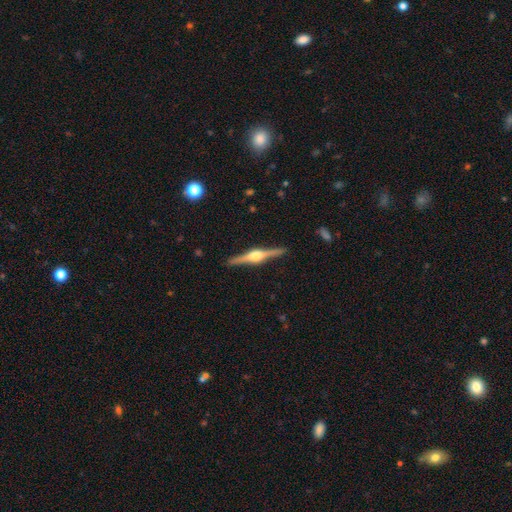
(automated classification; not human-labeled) Smooth or featured?
  - featured or disk: 85% *
  - smooth: 11%
  - star or artifact: 5%
Edge-on disk?
  - yes: 98% *
  - no: 2%
Edge-on bulge?
  - rounded: 93% *
  - boxy: 5%
  - none: 2%
Merging?
  - none: 91% *
  - minor disturbance: 6%
  - major disturbance: 1%
  - merger: 1%